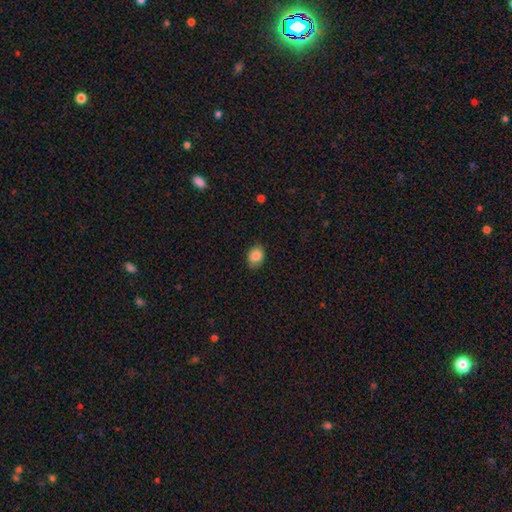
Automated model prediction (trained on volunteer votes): A smooth galaxy with no disk features (86%) that is in between round and cigar-shaped (64%). Merging: none (84%).